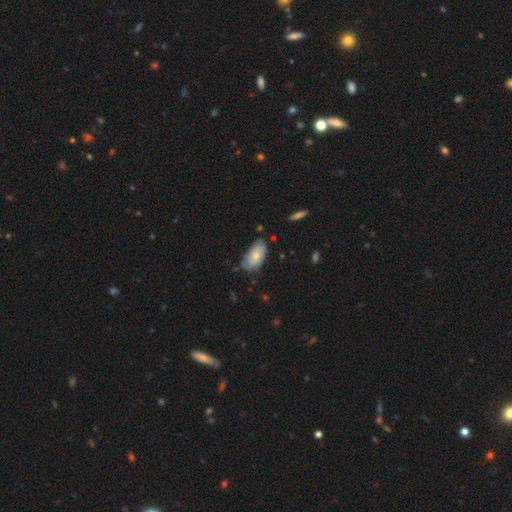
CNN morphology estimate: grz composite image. It shows a smooth galaxy with no disk features (72%) that is in between round and cigar-shaped (93%). Merging: none (63%).